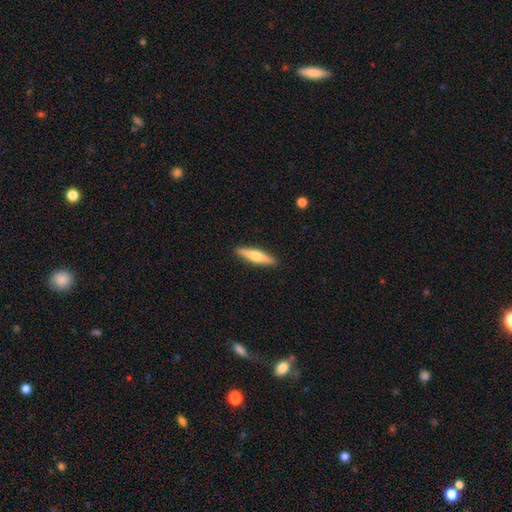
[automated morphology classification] Smooth or featured? featured or disk (47%, tied with smooth)
Merging? none (91%)